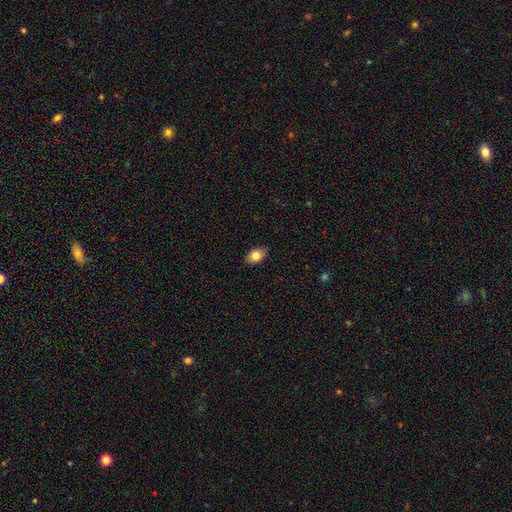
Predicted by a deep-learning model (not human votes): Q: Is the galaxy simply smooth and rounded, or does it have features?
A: smooth — 83%.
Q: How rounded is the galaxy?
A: in between — 83%.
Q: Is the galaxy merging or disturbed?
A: none — 83%.